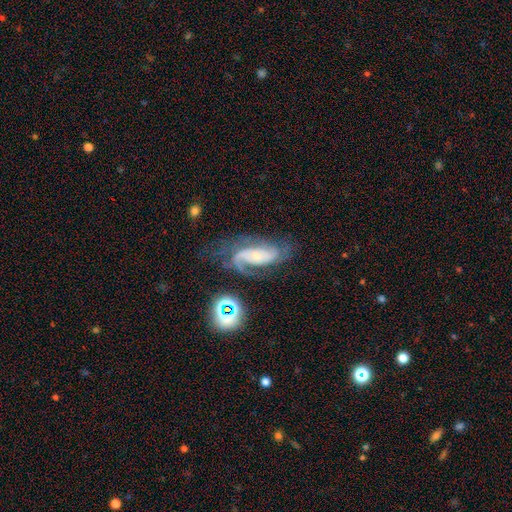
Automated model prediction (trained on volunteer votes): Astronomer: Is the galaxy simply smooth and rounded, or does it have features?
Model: featured or disk — 80%.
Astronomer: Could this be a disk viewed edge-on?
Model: no — 95%.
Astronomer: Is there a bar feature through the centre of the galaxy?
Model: no — 53% (runner-up: weak, 33%).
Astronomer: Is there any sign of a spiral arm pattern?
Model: yes — 96%.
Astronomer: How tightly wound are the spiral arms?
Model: medium — 47% (runner-up: tight, 33%).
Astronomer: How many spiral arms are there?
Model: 2 — 59%.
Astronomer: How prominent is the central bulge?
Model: small — 65%.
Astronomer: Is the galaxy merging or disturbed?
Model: none — 54%.